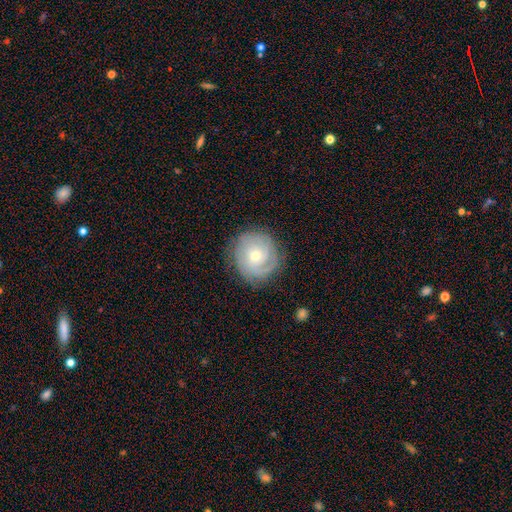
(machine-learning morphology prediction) Smooth or featured: featured or disk — 75% (smooth — 18%)
Edge-on disk: no — 98% (yes — 2%)
Bar: no — 76% (weak — 20%)
Spiral arms: yes — 93% (no — 7%)
Spiral winding: tight — 72% (medium — 22%)
Spiral arm count: can't tell — 30% (3 — 26%)
Bulge size: small — 61% (moderate — 36%)
Merging: none — 81% (minor disturbance — 13%)